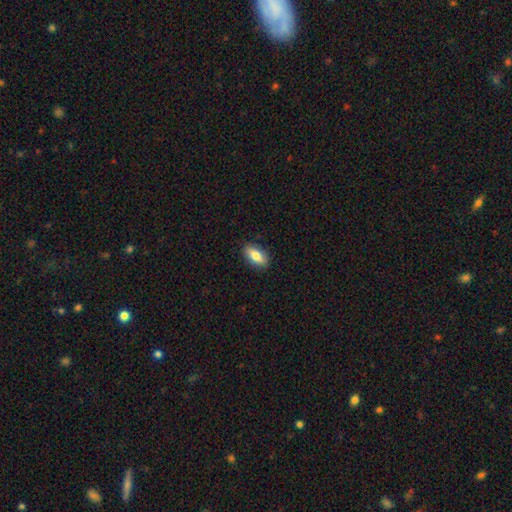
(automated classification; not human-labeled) Smooth or featured?
  - smooth: 77% *
  - featured or disk: 16%
  - star or artifact: 7%
How rounded?
  - in between: 88% *
  - cigar-shaped: 8%
  - round: 4%
Merging?
  - none: 88% *
  - minor disturbance: 9%
  - major disturbance: 2%
  - merger: 1%